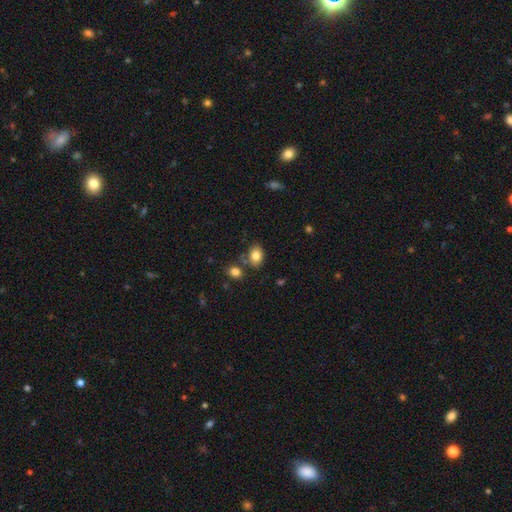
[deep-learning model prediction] smooth 81%, star or artifact 9%, featured or disk 9%. Down the decision tree: how rounded — in between (75%); merging — none (70%).